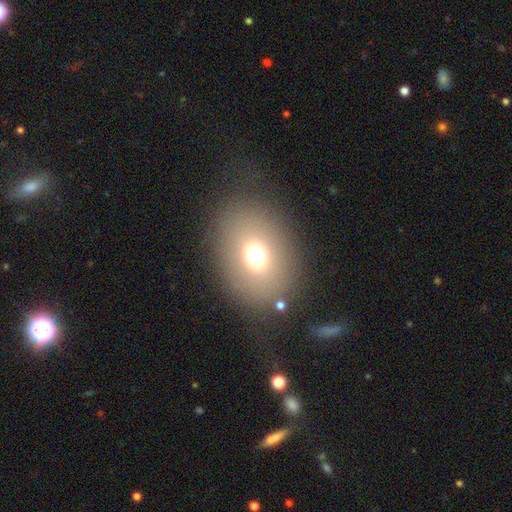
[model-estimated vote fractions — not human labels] This appears to be a smooth galaxy with no disk features (68%) that is in between round and cigar-shaped (61%). Merging: none (81%).